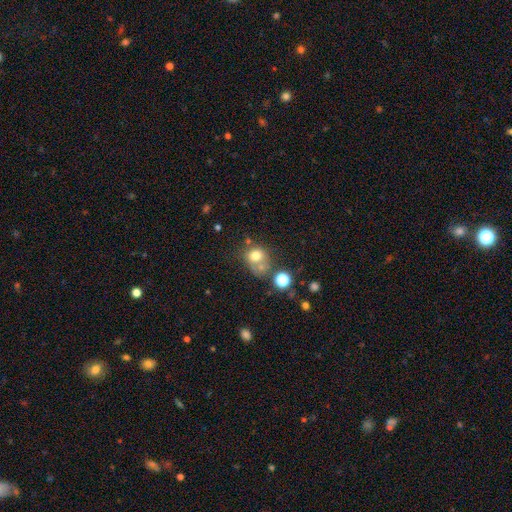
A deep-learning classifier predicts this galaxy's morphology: Smooth or featured? Predicted: smooth (p=0.72). How rounded? Predicted: round (p=0.72). Merging? Predicted: none (p=0.42).